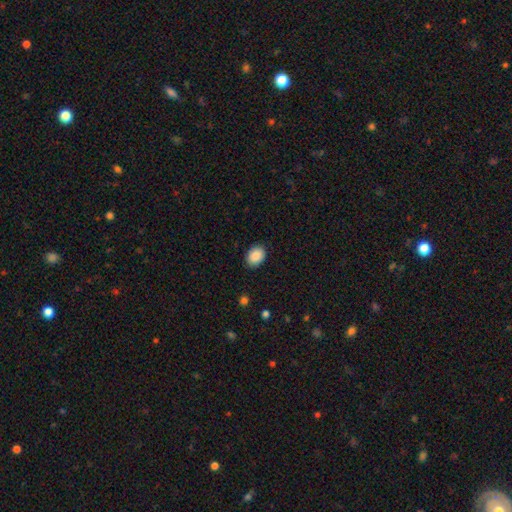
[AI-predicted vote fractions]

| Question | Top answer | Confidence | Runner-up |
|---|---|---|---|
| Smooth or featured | smooth | 89% | star or artifact (7%) |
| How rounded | in between | 71% | round (28%) |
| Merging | none | 87% | minor disturbance (9%) |